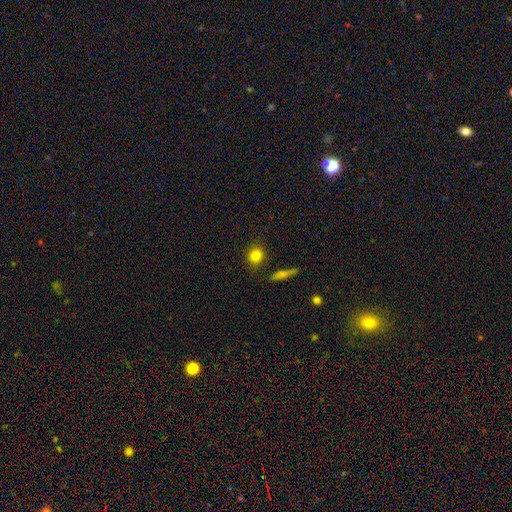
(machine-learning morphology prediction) type=smooth (81%); roundness=round (86%); merging=none (86%).